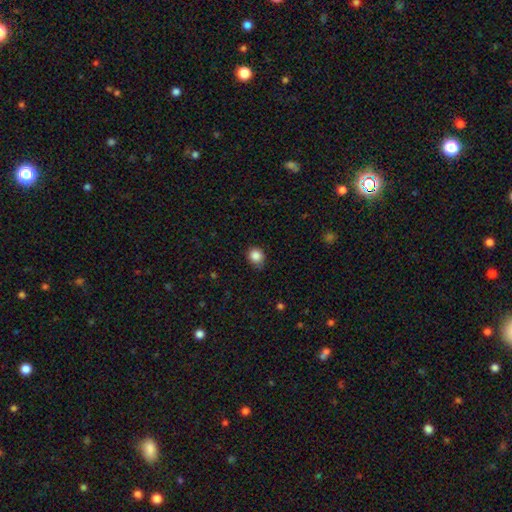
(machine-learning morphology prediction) This is clearly a smooth galaxy (86%). How rounded: clearly round (81%). Merging: likely none (75%).